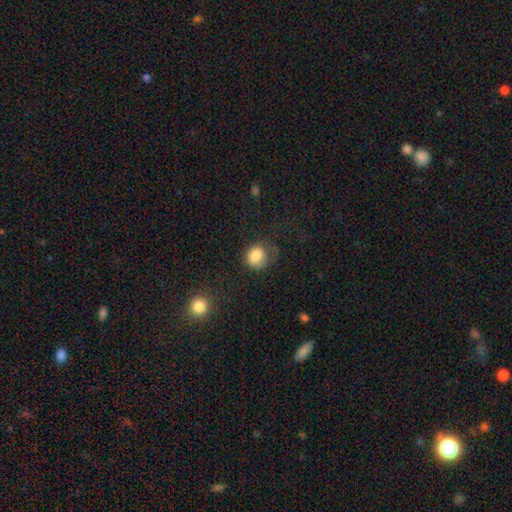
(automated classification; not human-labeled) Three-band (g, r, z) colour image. It shows a smooth galaxy with no disk features (83%) that is round (65%). Merging: none (48%).